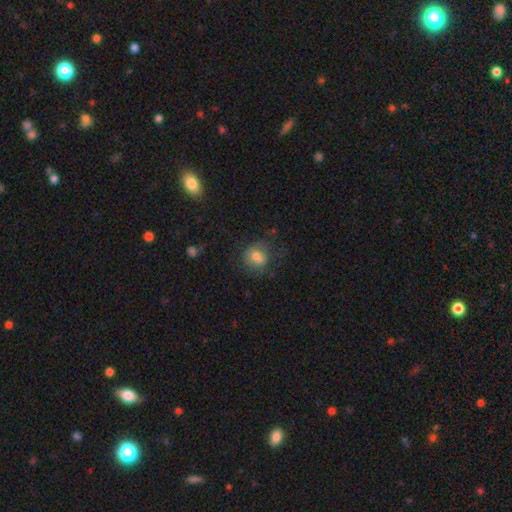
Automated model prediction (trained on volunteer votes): Smooth or featured?
  - smooth: 66% *
  - featured or disk: 21%
  - star or artifact: 12%
How rounded?
  - round: 68% *
  - in between: 31%
  - cigar-shaped: 1%
Merging?
  - none: 65% *
  - minor disturbance: 20%
  - major disturbance: 11%
  - merger: 4%